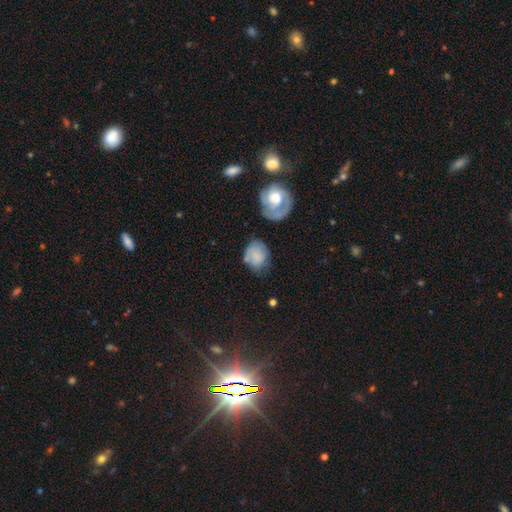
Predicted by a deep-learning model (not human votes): Smooth or featured? smooth (71%)
How rounded? round (55%)
Merging? none (52%)